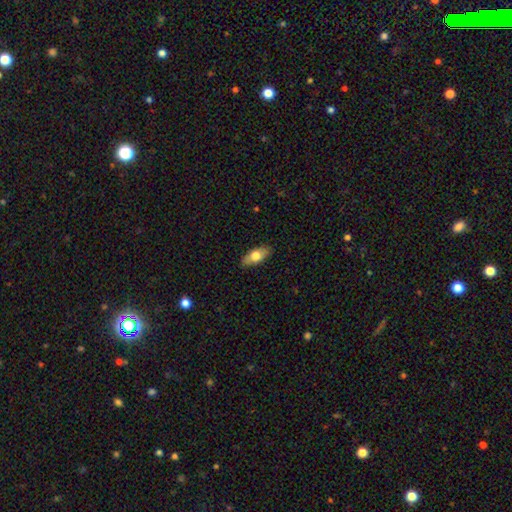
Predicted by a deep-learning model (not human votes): smooth-or-featured: smooth: 70% | featured or disk: 24% | star or artifact: 6%
  how-rounded: in between: 82% | cigar-shaped: 15% | round: 3%
  merging: none: 87% | minor disturbance: 10% | major disturbance: 2% | merger: 1%